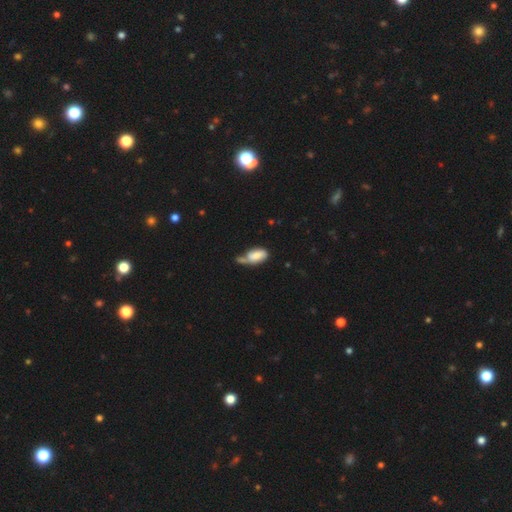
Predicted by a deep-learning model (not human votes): This appears to be a smooth galaxy with no disk features (69%) that is in between round and cigar-shaped (91%). Merging: none (29%, tied with merger).